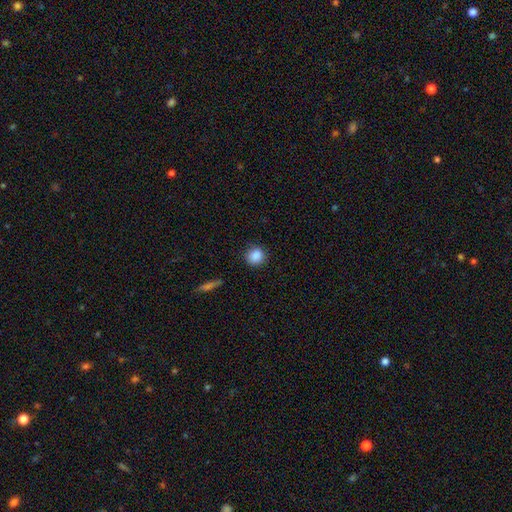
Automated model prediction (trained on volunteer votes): A smooth galaxy with no disk features (87%) that is round (88%).

Vote fractions:
- Smooth or featured? smooth: 87% / star or artifact: 9% / featured or disk: 4%
- How rounded? round: 88% / in between: 11% / cigar-shaped: 1%
- Merging? none: 87% / minor disturbance: 9% / major disturbance: 2% / merger: 1%